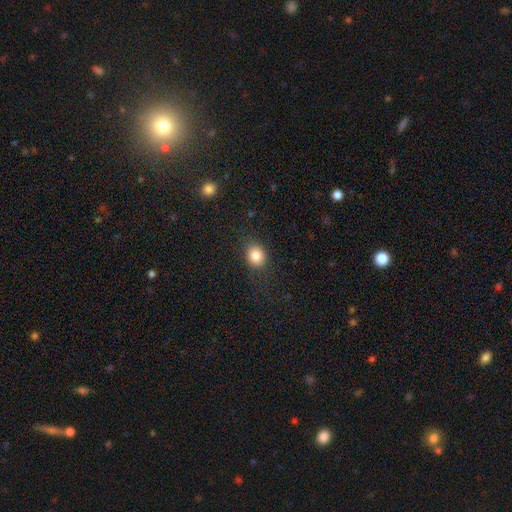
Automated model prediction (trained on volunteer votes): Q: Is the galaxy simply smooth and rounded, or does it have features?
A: smooth — 84%.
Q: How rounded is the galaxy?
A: round — 62%.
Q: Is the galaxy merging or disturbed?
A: none — 83%.